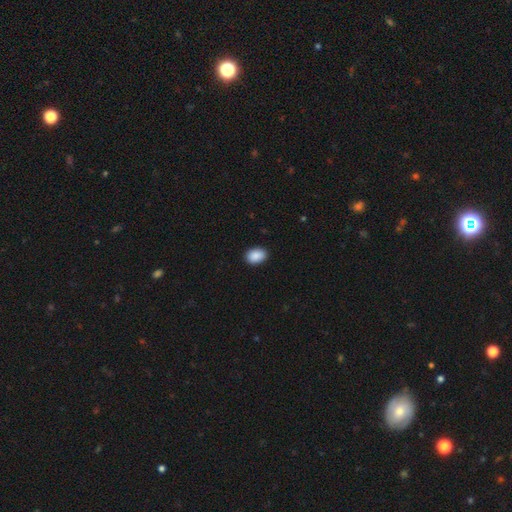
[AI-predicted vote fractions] This appears to be a smooth galaxy with no disk features (90%) that is in between round and cigar-shaped (80%). Merging: none (89%).